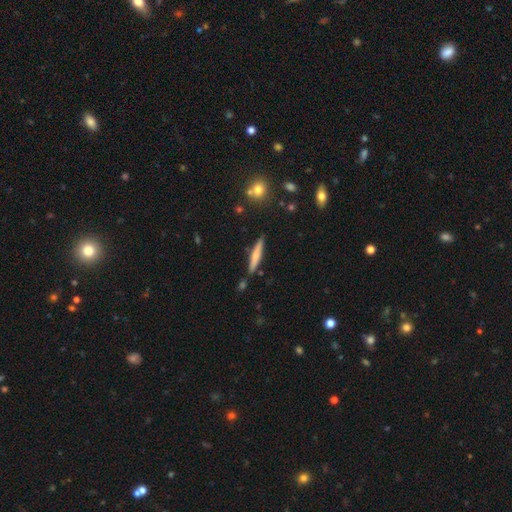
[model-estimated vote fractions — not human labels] A smooth galaxy with no disk features (60%) that is cigar-shaped (92%). Merging: none (85%).